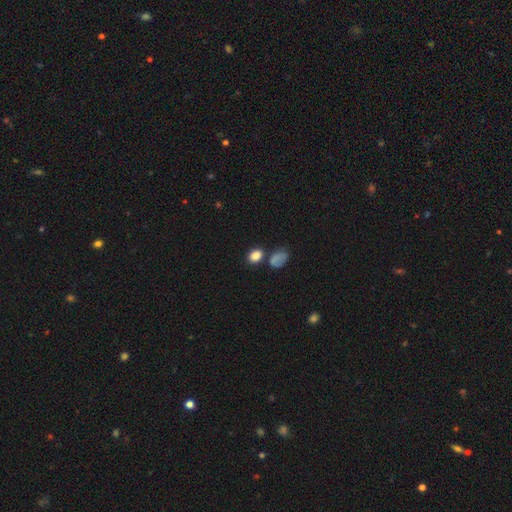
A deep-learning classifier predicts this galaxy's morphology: Smooth or featured? smooth (82%)
How rounded? in between (70%)
Merging? none (64%)